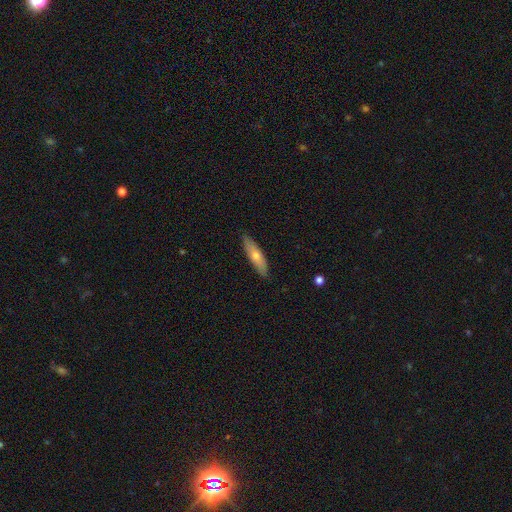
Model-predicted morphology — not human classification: Q: Smooth or featured?
A: smooth (58%); runner-up: featured or disk (36%)
Q: How rounded?
A: cigar-shaped (68%); runner-up: in between (30%)
Q: Merging?
A: none (88%); runner-up: minor disturbance (9%)